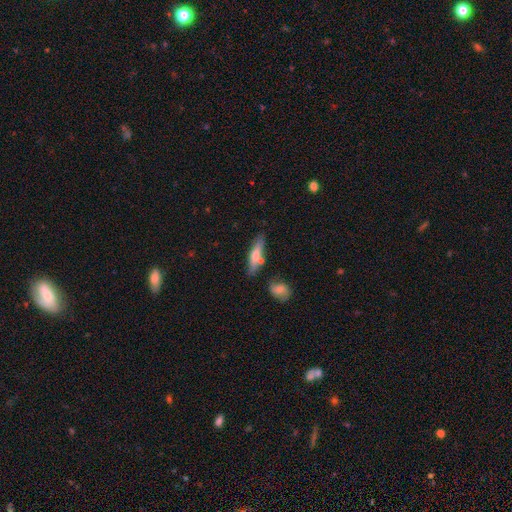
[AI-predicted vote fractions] The model was most divided on "smooth or featured": smooth: 60%, featured or disk: 34%, star or artifact: 6%. More confident: how rounded — cigar-shaped (73%); merging — none (72%).